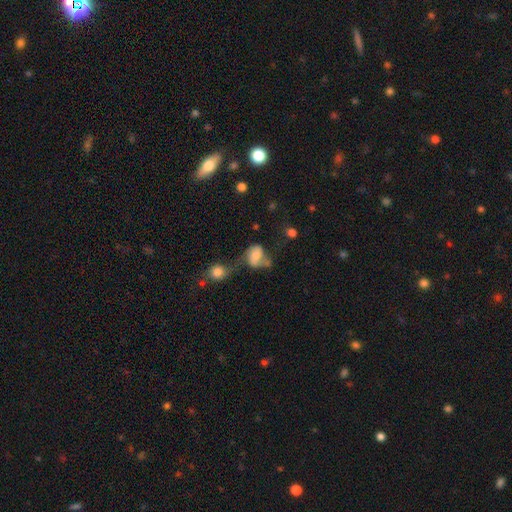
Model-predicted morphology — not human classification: This is likely a smooth galaxy (61%). How rounded: likely in between (64%). Merging: marginally merger (37%).